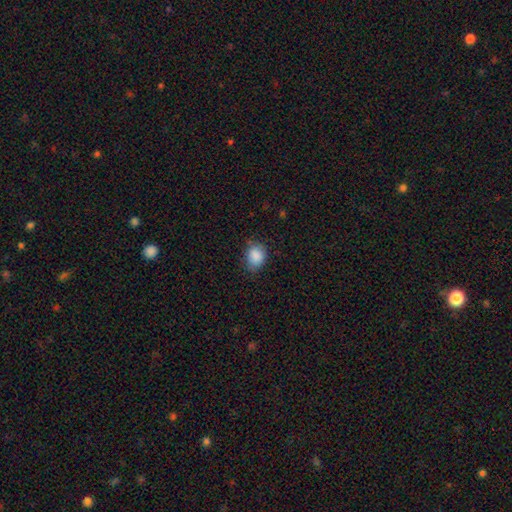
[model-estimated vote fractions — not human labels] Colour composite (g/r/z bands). It shows a smooth galaxy with no disk features (87%) that is in between round and cigar-shaped (54%). Merging: none (73%).